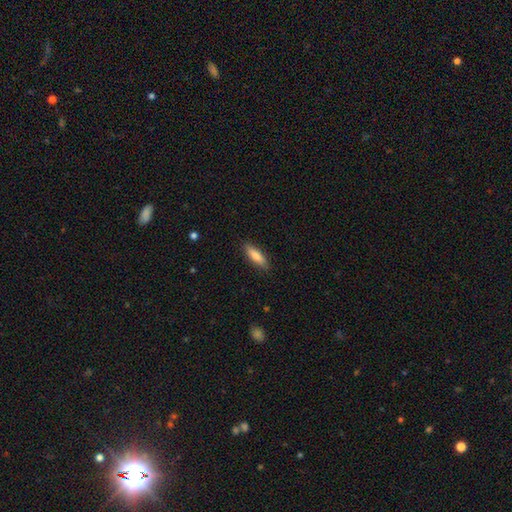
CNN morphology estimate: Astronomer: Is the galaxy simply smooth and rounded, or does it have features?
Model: smooth — 78%.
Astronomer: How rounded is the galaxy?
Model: cigar-shaped — 56% (runner-up: in between, 42%).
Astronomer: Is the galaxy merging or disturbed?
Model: none — 88%.